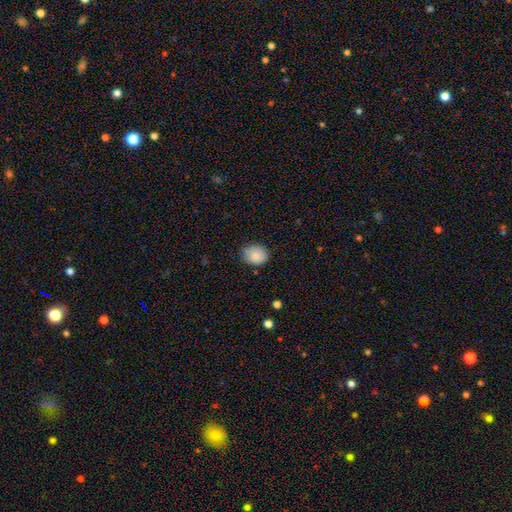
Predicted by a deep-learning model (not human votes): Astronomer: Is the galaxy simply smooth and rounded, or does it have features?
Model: smooth — 85%.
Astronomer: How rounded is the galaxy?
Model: round — 56% (runner-up: in between, 43%).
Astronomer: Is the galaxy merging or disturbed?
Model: none — 72%.